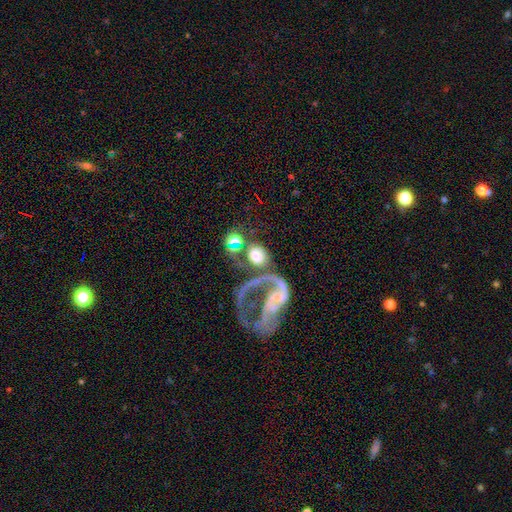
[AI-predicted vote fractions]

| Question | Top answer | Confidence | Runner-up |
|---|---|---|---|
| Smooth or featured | smooth | 50% | featured or disk (37%) |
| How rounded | round | 65% | in between (32%) |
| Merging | merger | 34% | none (31%) |